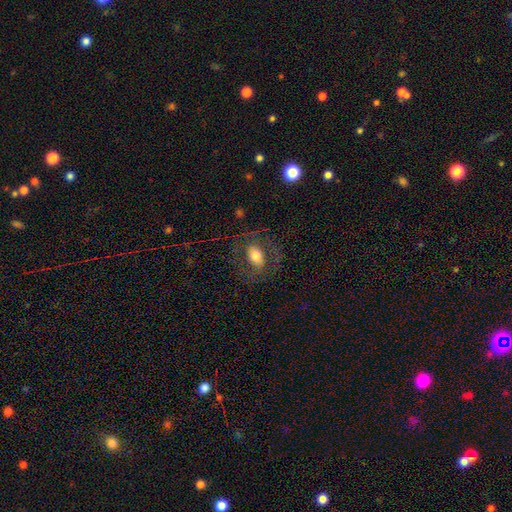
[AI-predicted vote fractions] This is possibly a smooth galaxy (54%). How rounded: likely in between (79%). Merging: likely none (69%).